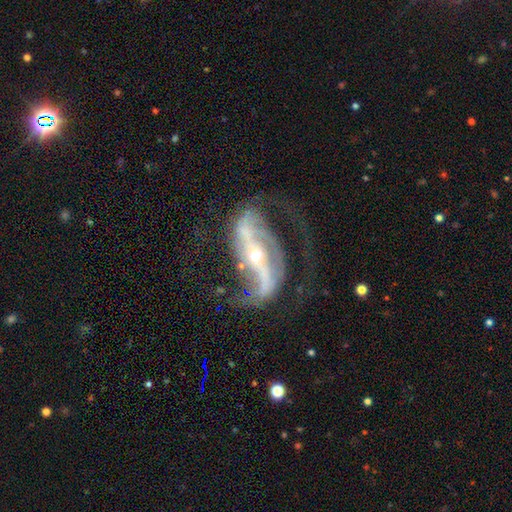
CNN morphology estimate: This is clearly a featured or disk galaxy (91%). It is clearly not viewed edge-on (93%). Bar: likely strong (76%). Spiral arm pattern: clearly yes (95%). Spiral arm count: clearly 2 (91%). Spiral winding: possibly loose (49%). Central bulge: likely small (63%). Merging: likely none (63%).